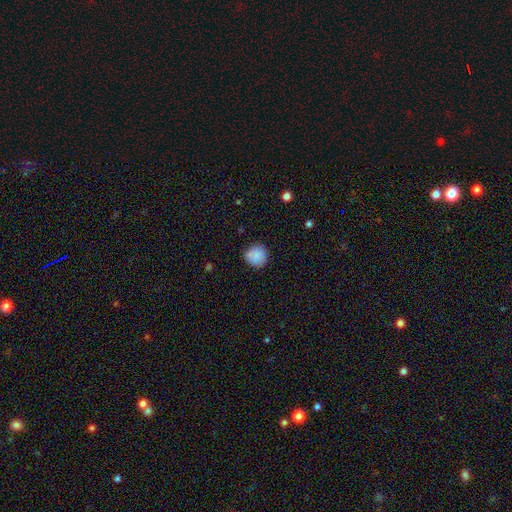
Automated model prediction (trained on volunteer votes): This appears to be a smooth galaxy with no disk features (83%) that is round (91%). Merging: none (79%).